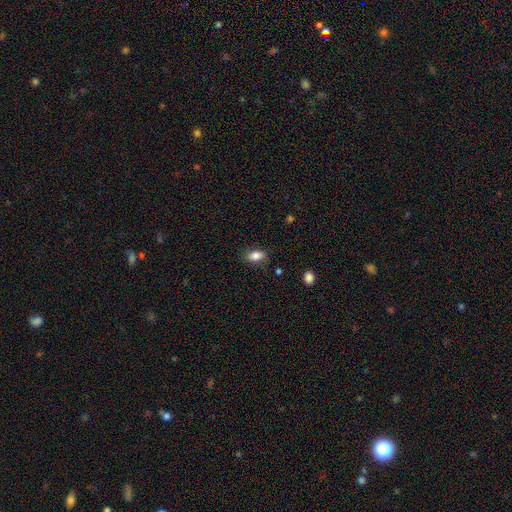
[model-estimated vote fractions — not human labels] Morphology: type=smooth (82%); roundness=in between (86%); merging=none (78%).